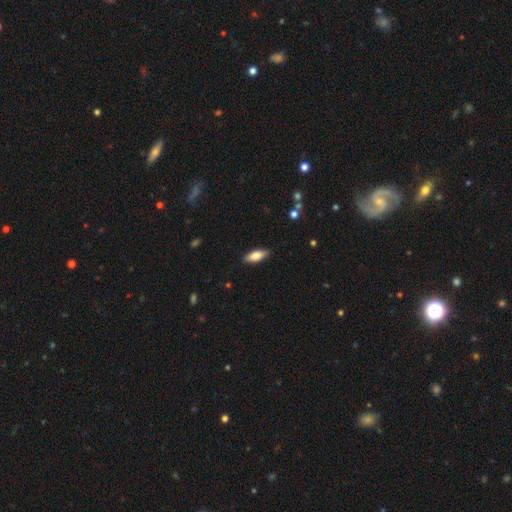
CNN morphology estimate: A smooth galaxy with no disk features (79%) that is in between round and cigar-shaped (73%).

Vote fractions:
- Smooth or featured? smooth: 79% / featured or disk: 15% / star or artifact: 6%
- How rounded? in between: 73% / cigar-shaped: 26% / round: 2%
- Merging? none: 87% / minor disturbance: 10% / major disturbance: 2% / merger: 1%